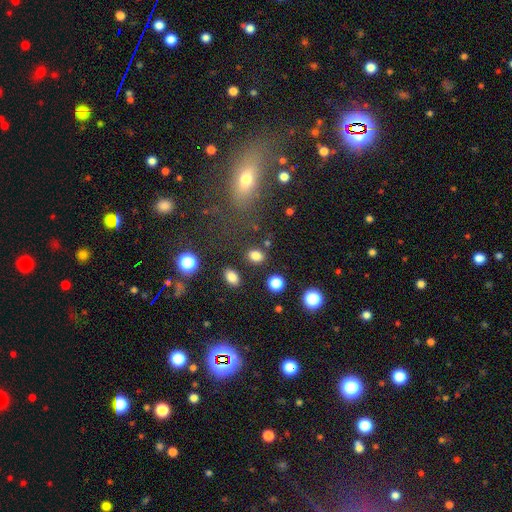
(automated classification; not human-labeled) Overall: smooth (82%). How rounded: in between (64%; round 34%). Merging: none (82%).